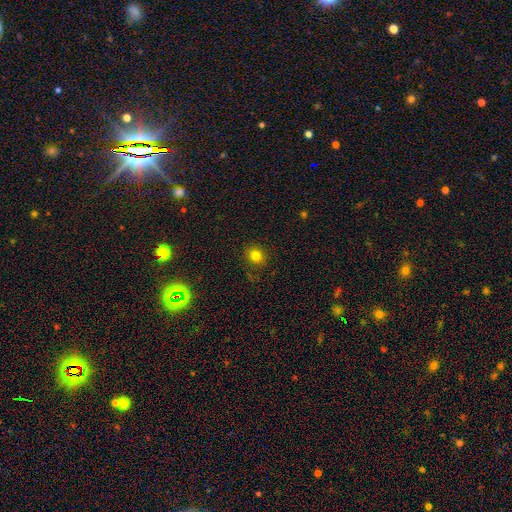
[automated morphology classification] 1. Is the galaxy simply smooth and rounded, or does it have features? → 78% smooth, 15% star or artifact, 6% featured or disk.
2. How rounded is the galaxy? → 78% round, 21% in between, 1% cigar-shaped.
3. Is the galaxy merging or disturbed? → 85% none, 10% minor disturbance, 3% major disturbance, 1% merger.